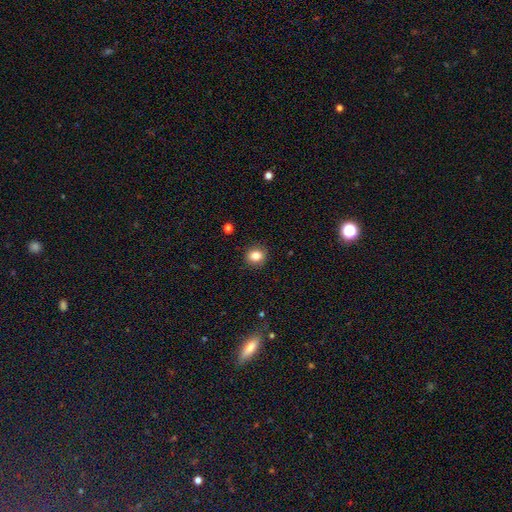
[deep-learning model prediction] smooth-or-featured: smooth: 82% | star or artifact: 10% | featured or disk: 8%
  how-rounded: round: 71% | in between: 28% | cigar-shaped: 1%
  merging: none: 89% | minor disturbance: 8% | major disturbance: 2% | merger: 1%